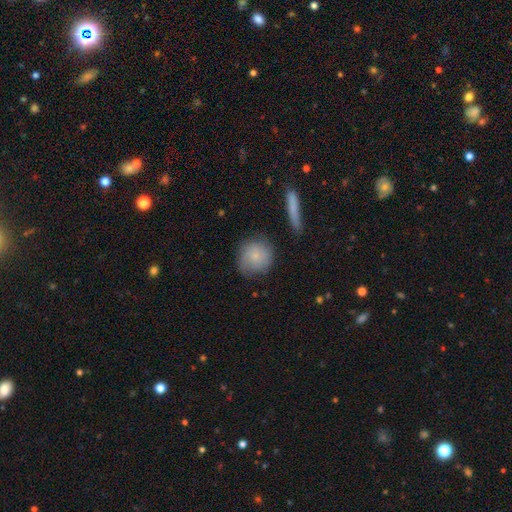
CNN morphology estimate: Smooth or featured? smooth (74%)
How rounded? round (88%)
Merging? none (72%)